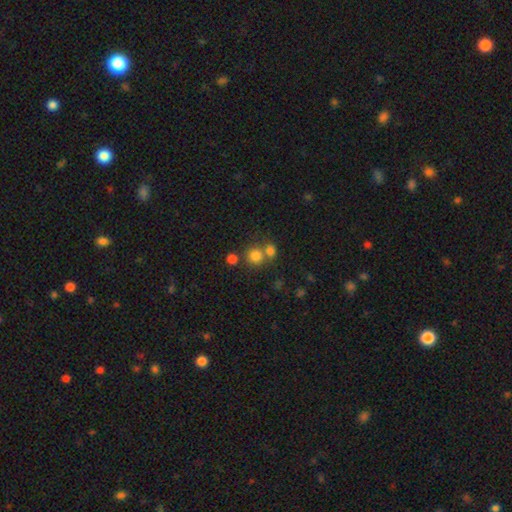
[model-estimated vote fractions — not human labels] A smooth galaxy with no disk features (78%) that is round (87%).

Vote fractions:
- Smooth or featured? smooth: 78% / star or artifact: 14% / featured or disk: 7%
- How rounded? round: 87% / in between: 12% / cigar-shaped: 1%
- Merging? none: 56% / merger: 32% / minor disturbance: 8% / major disturbance: 4%